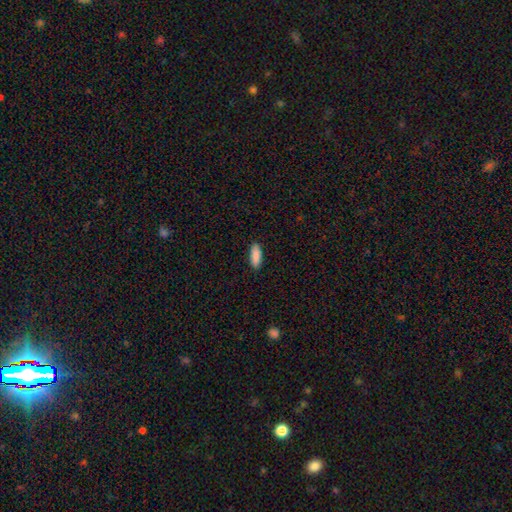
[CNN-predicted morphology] A smooth galaxy with no disk features (90%) that is in between round and cigar-shaped (63%).

Vote fractions:
- Smooth or featured? smooth: 90% / star or artifact: 6% / featured or disk: 4%
- How rounded? in between: 63% / cigar-shaped: 35% / round: 2%
- Merging? none: 90% / minor disturbance: 8% / major disturbance: 2% / merger: 1%